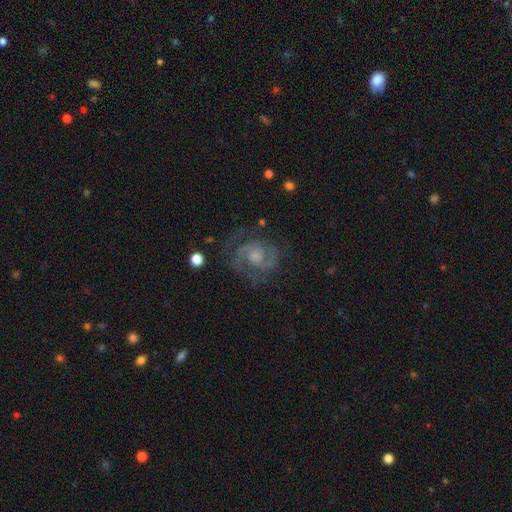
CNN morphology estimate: smooth_or_featured: featured or disk (p=0.84) [alt: star or artifact p=0.08]
disk_edge_on: no (p=0.98) [alt: yes p=0.02]
bar: no (p=0.57) [alt: weak p=0.36]
has_spiral_arms: yes (p=0.97) [alt: no p=0.03]
spiral_winding: tight (p=0.48) [alt: medium p=0.44]
spiral_arm_count: 2 (p=0.78) [alt: can't tell p=0.08]
bulge_size: moderate (p=0.45) [alt: small p=0.38]
merging: none (p=0.75) [alt: minor disturbance p=0.15]